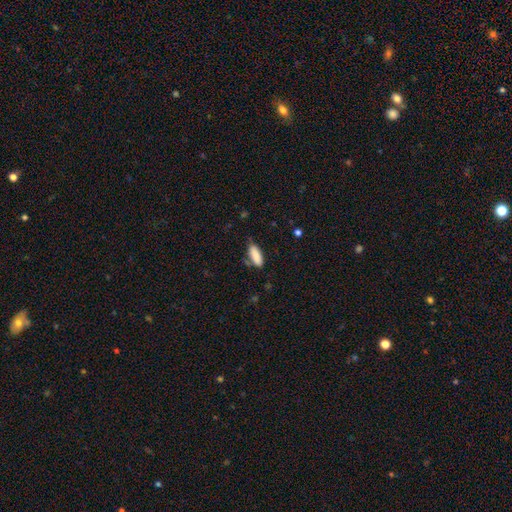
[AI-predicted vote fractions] The model was most divided on "how rounded": in between: 70%, cigar-shaped: 29%, round: 2%. More confident: smooth or featured — smooth (88%); merging — none (72%).